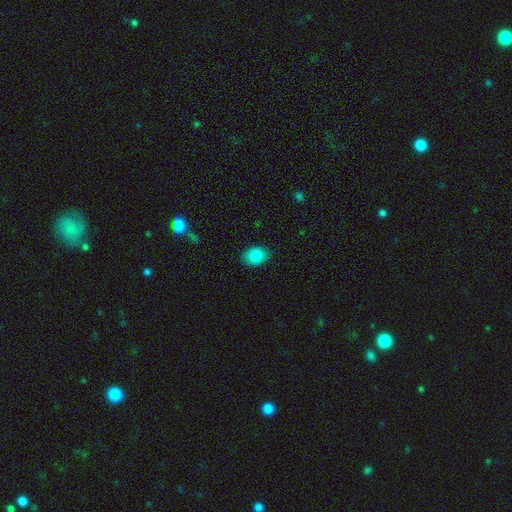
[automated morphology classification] This appears to be a smooth galaxy with no disk features (87%) that is in between round and cigar-shaped (72%). Merging: none (86%).